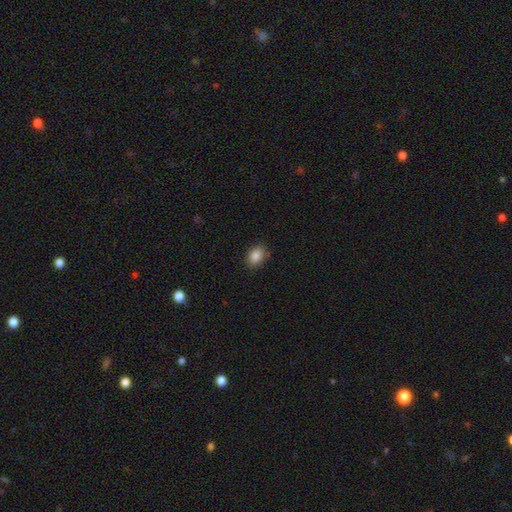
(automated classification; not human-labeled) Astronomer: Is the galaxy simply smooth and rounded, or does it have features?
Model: smooth — 86%.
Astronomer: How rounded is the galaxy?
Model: in between — 74%.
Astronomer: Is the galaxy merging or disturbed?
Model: none — 84%.